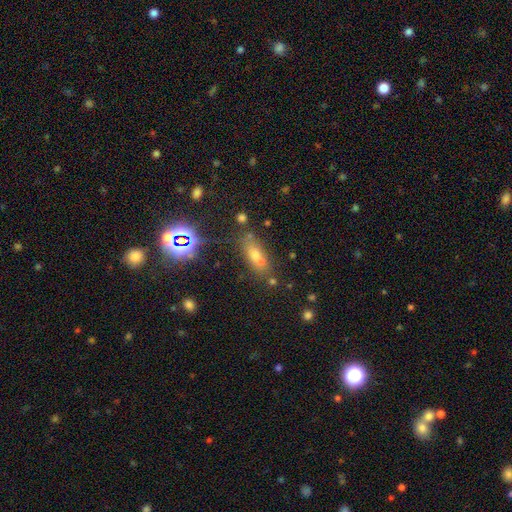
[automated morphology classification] Smooth or featured? smooth (52%)
How rounded? in between (56%)
Merging? none (62%)